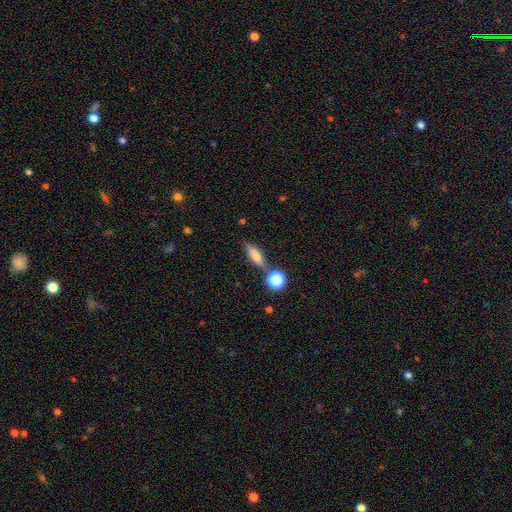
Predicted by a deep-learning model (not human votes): Smooth or featured: smooth — 65% (featured or disk — 25%)
How rounded: cigar-shaped — 49% (in between — 45%)
Merging: none — 69% (minor disturbance — 14%)